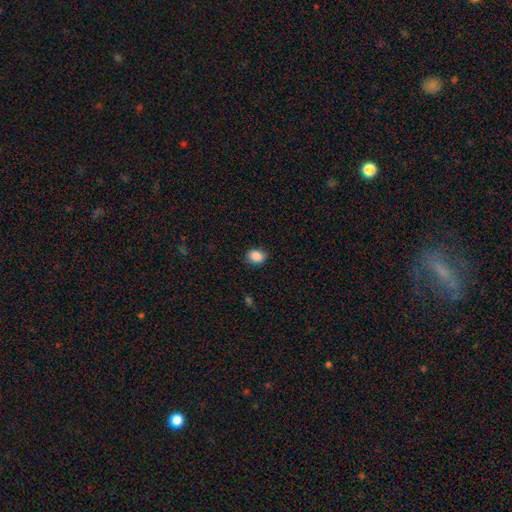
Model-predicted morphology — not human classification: Overall: smooth (88%). How rounded: in between (54%; round 45%). Merging: none (86%).